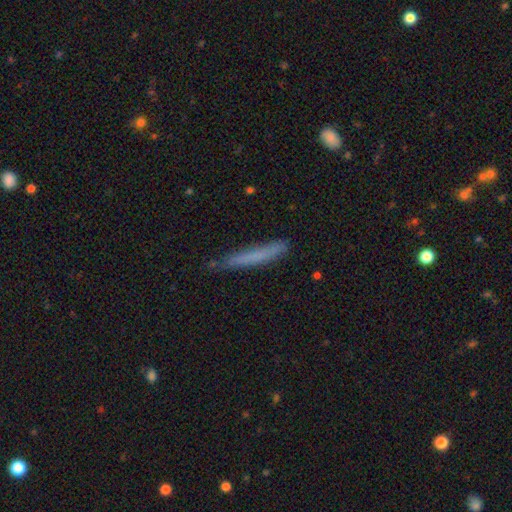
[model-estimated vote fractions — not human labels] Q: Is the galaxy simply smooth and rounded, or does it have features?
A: smooth — 67%.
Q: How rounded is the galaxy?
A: cigar-shaped — 96%.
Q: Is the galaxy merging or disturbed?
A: none — 76%.